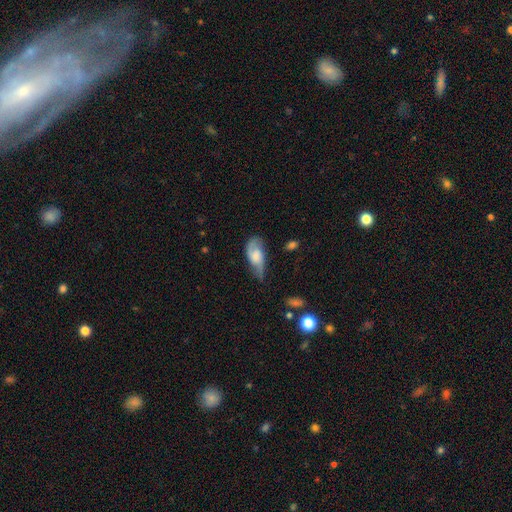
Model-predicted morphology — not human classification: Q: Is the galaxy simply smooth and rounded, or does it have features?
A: featured or disk — 58%.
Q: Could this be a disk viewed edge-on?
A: no — 90%.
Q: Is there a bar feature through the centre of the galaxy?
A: no — 60%.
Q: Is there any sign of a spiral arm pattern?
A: yes — 88%.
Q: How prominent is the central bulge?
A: moderate — 36%.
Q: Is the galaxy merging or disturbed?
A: none — 50%.